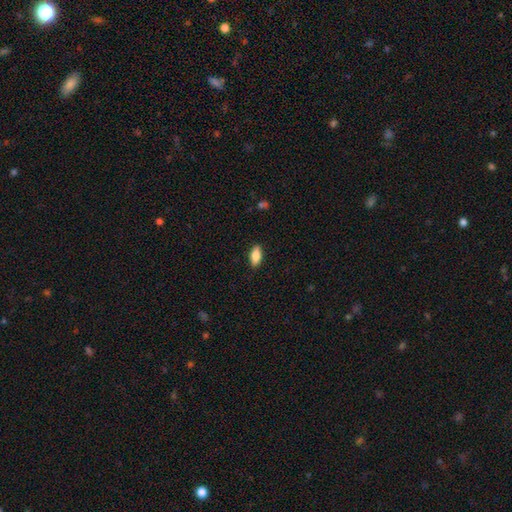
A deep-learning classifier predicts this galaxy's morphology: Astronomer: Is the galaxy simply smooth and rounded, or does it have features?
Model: smooth — 82%.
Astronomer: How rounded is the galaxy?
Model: in between — 83%.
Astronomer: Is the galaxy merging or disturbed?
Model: none — 88%.